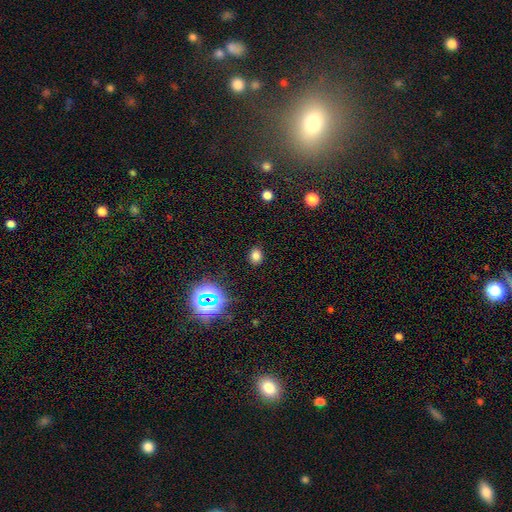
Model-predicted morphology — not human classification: smooth 75%, star or artifact 19%, featured or disk 6%. Down the decision tree: how rounded — round (54%); merging — none (88%).